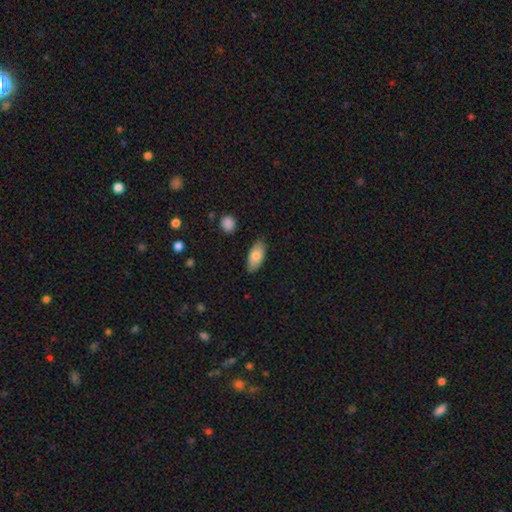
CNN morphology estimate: A smooth galaxy with no disk features (80%) that is in between round and cigar-shaped (90%).

Vote fractions:
- Smooth or featured? smooth: 80% / featured or disk: 14% / star or artifact: 7%
- How rounded? in between: 90% / cigar-shaped: 7% / round: 3%
- Merging? none: 84% / minor disturbance: 12% / major disturbance: 2% / merger: 1%